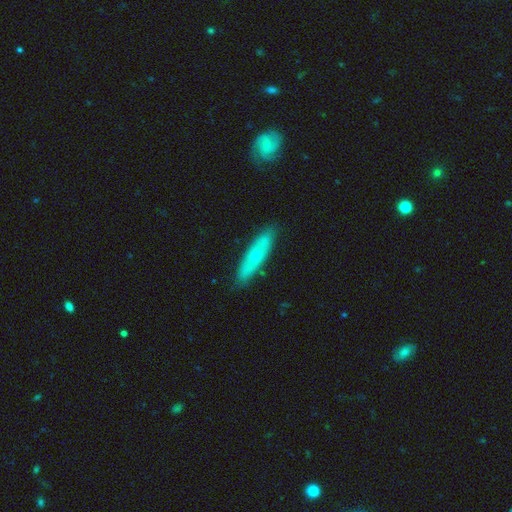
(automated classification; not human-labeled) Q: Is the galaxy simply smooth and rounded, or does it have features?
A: featured or disk — 48%.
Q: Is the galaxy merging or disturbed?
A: none — 84%.